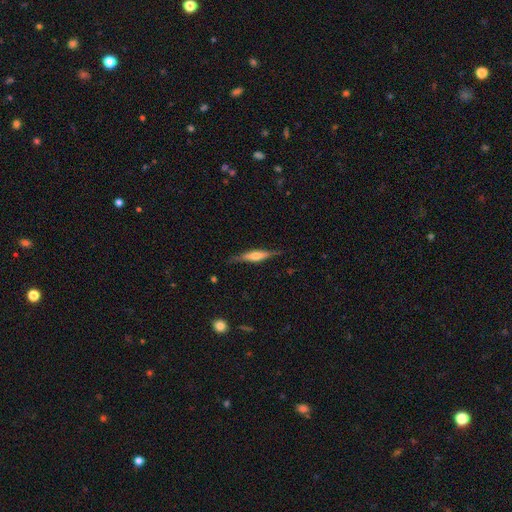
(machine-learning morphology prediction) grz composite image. It shows a featured or disk galaxy (65%) viewed edge-on (96%) with a rounded central bulge (76%). Merging: none (82%).